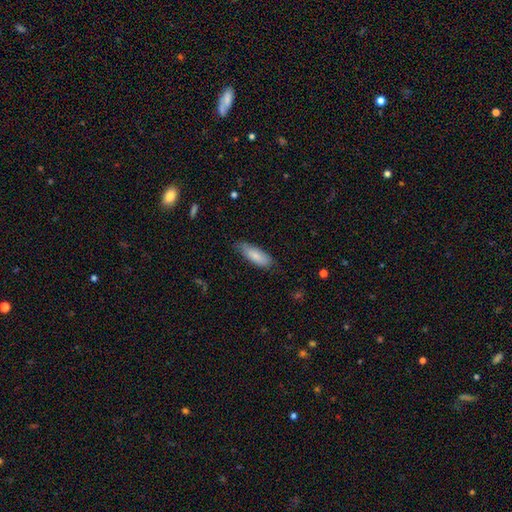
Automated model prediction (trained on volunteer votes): Q: Smooth or featured?
A: smooth (82%); runner-up: featured or disk (12%)
Q: How rounded?
A: in between (67%); runner-up: cigar-shaped (32%)
Q: Merging?
A: none (66%); runner-up: minor disturbance (27%)